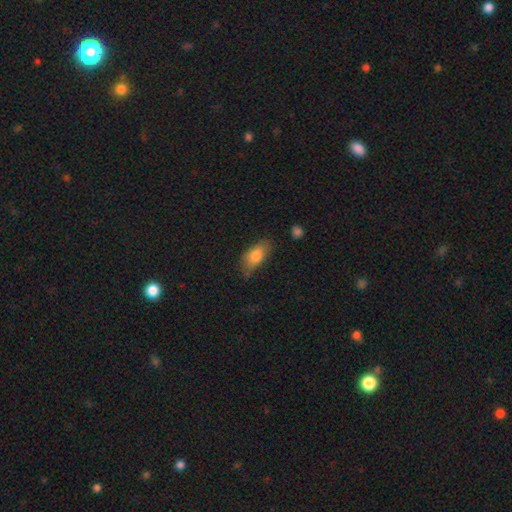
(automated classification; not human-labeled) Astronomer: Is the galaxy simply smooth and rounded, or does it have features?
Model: smooth — 80%.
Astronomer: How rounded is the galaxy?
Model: in between — 87%.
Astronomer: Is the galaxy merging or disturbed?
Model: none — 67%.